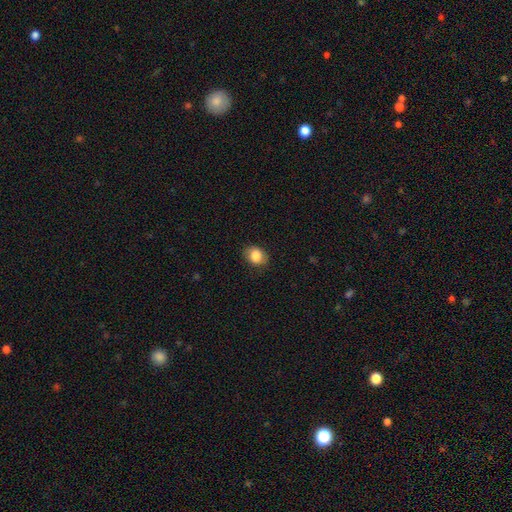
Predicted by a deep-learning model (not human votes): Smooth or featured? smooth (84%)
How rounded? in between (54%)
Merging? none (82%)